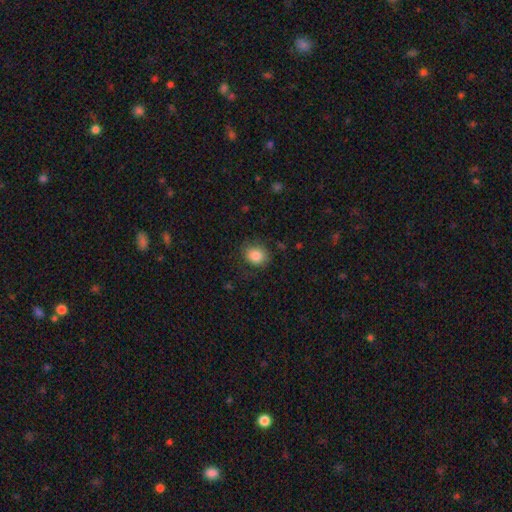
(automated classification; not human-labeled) Smooth or featured?
  - smooth: 85% *
  - star or artifact: 9%
  - featured or disk: 6%
How rounded?
  - round: 62% *
  - in between: 37%
  - cigar-shaped: 1%
Merging?
  - none: 79% *
  - minor disturbance: 15%
  - major disturbance: 5%
  - merger: 1%